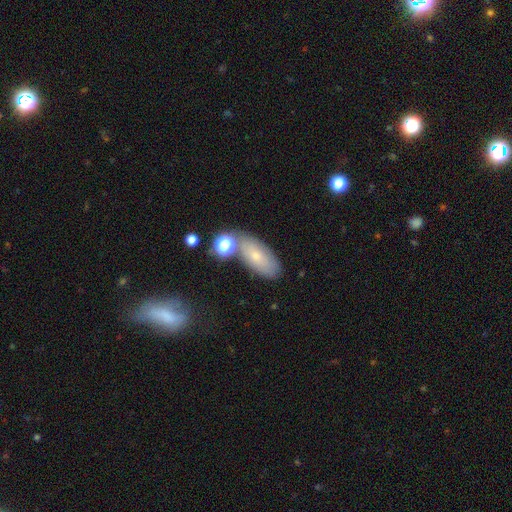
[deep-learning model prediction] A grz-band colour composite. It shows a smooth galaxy with no disk features (65%) that is in between round and cigar-shaped (85%). Merging: none (66%).